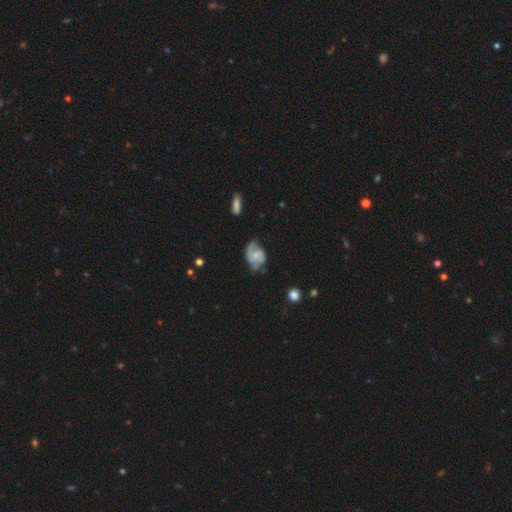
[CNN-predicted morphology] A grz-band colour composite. It shows a featured or disk galaxy (67%) with no bar (65%), 2 (66%) medium (43%) spiral arms (87%) and a small central bulge (48%). Merging: none (50%).